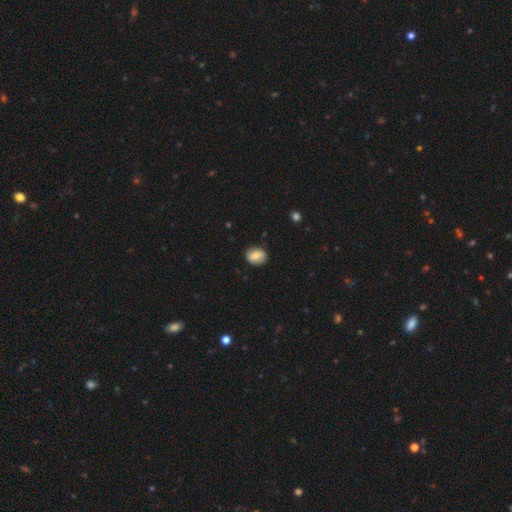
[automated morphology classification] A smooth galaxy with no disk features (75%) that is in between round and cigar-shaped (55%). Merging: none (83%).